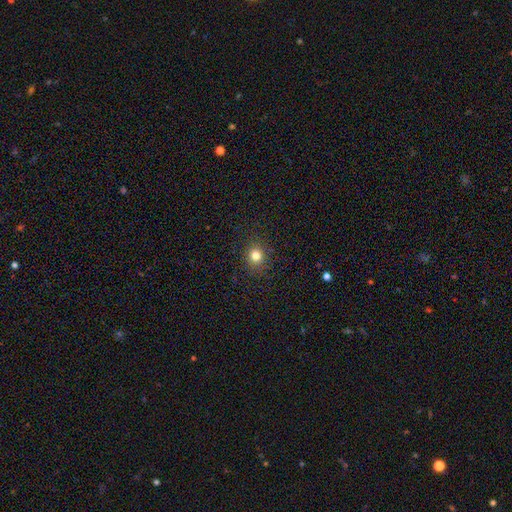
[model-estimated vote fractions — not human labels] Q: Smooth or featured?
A: smooth (80%); runner-up: star or artifact (14%)
Q: How rounded?
A: round (83%); runner-up: in between (16%)
Q: Merging?
A: none (89%); runner-up: minor disturbance (7%)